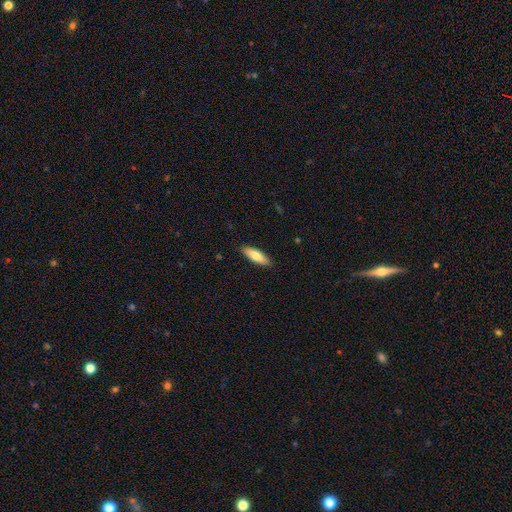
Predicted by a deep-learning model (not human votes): Smooth or featured?
  - smooth: 77% *
  - featured or disk: 17%
  - star or artifact: 6%
How rounded?
  - in between: 55% *
  - cigar-shaped: 43%
  - round: 2%
Merging?
  - none: 88% *
  - minor disturbance: 9%
  - major disturbance: 2%
  - merger: 1%